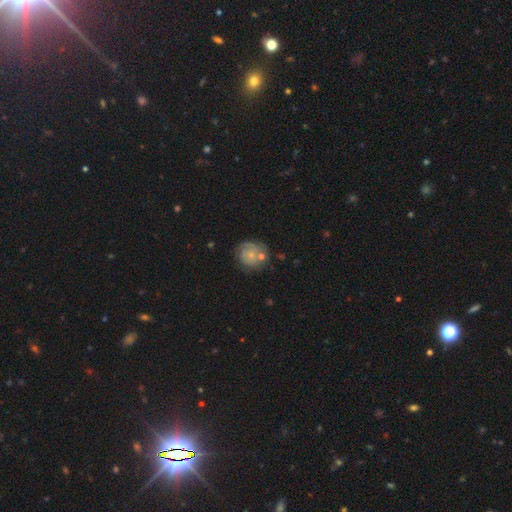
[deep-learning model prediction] featured or disk 51%, smooth 38%, star or artifact 12%. Down the decision tree: edge-on disk — no (97%); merging — none (65%).